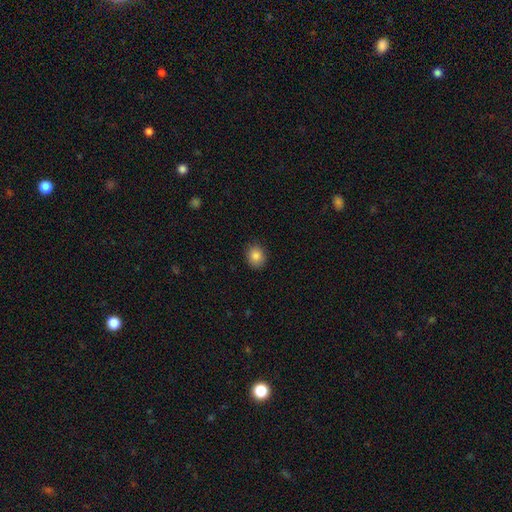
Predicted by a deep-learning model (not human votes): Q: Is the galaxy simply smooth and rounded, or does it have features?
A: smooth — 85%.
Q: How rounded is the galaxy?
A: round — 70%.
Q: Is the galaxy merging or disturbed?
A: none — 89%.